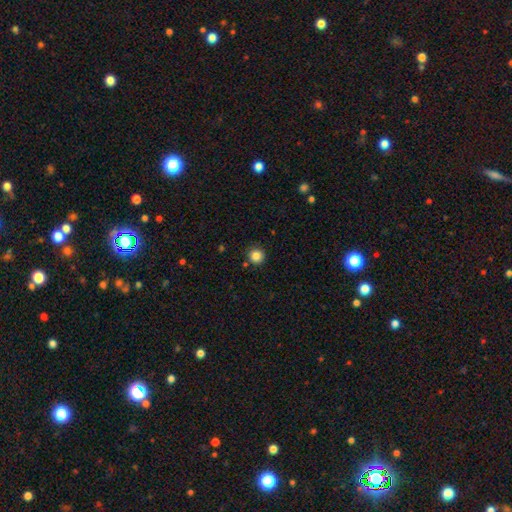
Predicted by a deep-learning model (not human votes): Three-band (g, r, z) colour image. It shows a smooth galaxy with no disk features (85%) that is round (94%). Merging: none (85%).